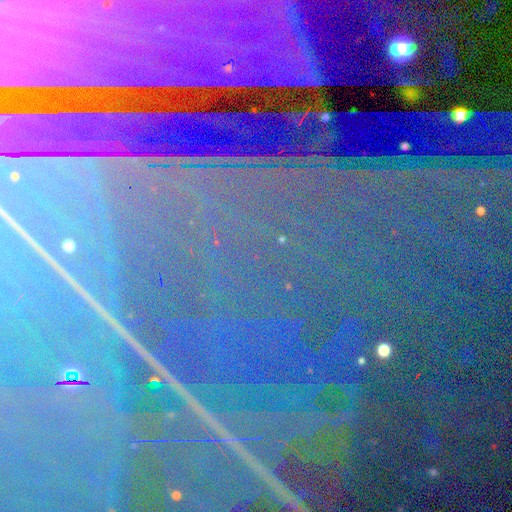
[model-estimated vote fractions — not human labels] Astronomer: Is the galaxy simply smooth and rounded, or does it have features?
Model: star or artifact — 87%.